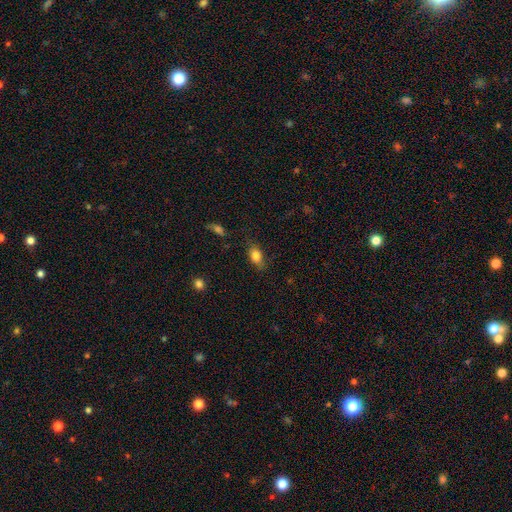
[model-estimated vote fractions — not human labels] Smooth or featured: smooth — 82% (featured or disk — 9%)
How rounded: in between — 82% (round — 13%)
Merging: none — 75% (minor disturbance — 19%)